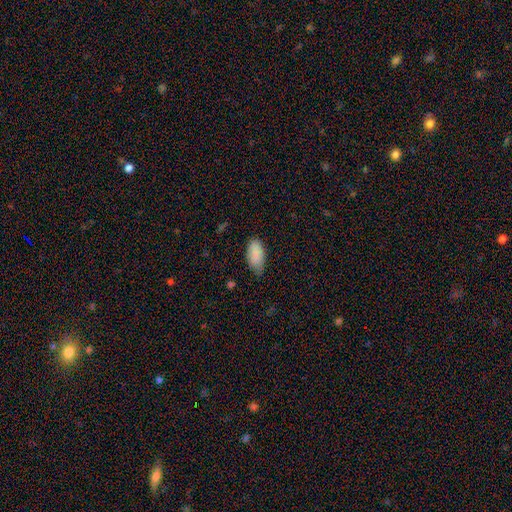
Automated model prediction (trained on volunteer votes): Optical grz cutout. It shows a smooth galaxy with no disk features (88%) that is in between round and cigar-shaped (94%). Merging: none (60%).